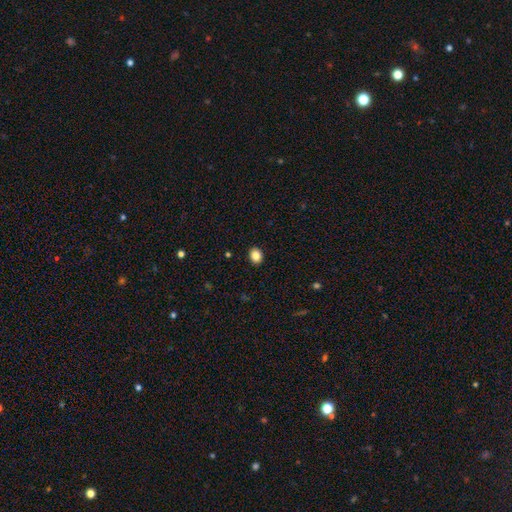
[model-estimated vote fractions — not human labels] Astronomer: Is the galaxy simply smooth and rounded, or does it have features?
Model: smooth — 85%.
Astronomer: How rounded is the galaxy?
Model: in between — 51% (runner-up: round, 48%).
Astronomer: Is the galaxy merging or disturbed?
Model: none — 91%.